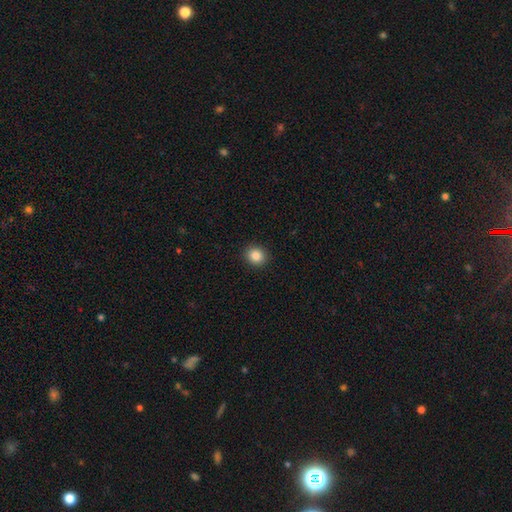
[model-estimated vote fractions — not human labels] Smooth or featured?
  - smooth: 85% *
  - star or artifact: 10%
  - featured or disk: 5%
How rounded?
  - round: 82% *
  - in between: 17%
  - cigar-shaped: 1%
Merging?
  - none: 92% *
  - minor disturbance: 5%
  - major disturbance: 2%
  - merger: 1%